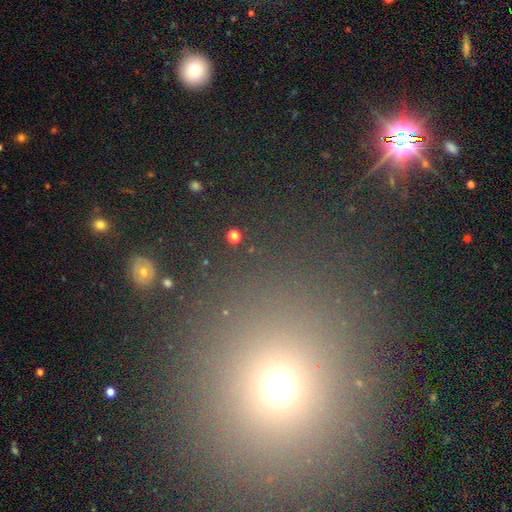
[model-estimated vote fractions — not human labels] Smooth or featured? Predicted: smooth (p=0.53). How rounded? Predicted: round (p=0.87). Merging? Predicted: none (p=0.87).